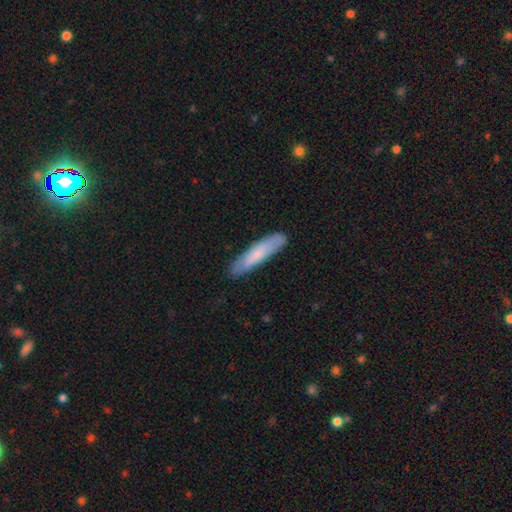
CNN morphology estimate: Overall: smooth (70%). How rounded: cigar-shaped (85%). Merging: none (84%).